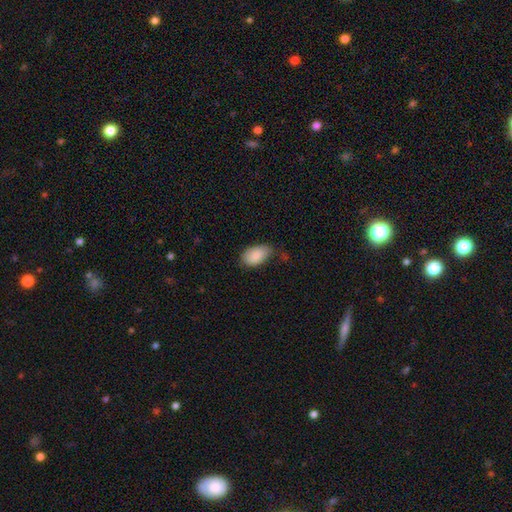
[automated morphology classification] smooth-or-featured: smooth: 87% | featured or disk: 7% | star or artifact: 6%
  how-rounded: in between: 93% | round: 5% | cigar-shaped: 1%
  merging: none: 61% | minor disturbance: 31% | major disturbance: 6% | merger: 2%